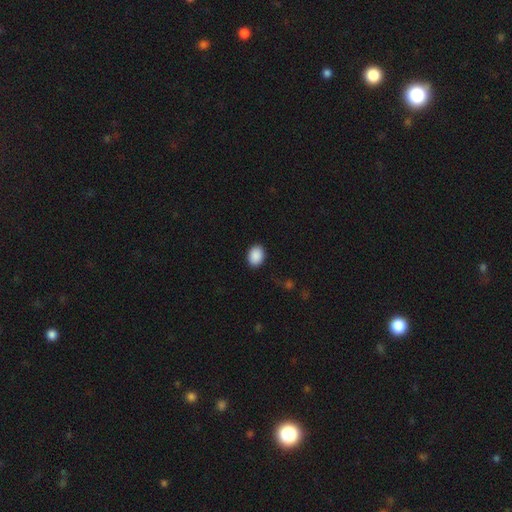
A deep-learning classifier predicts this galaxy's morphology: A smooth galaxy with no disk features (90%) that is in between round and cigar-shaped (68%).

Vote fractions:
- Smooth or featured? smooth: 90% / star or artifact: 7% / featured or disk: 2%
- How rounded? in between: 68% / round: 31% / cigar-shaped: 1%
- Merging? none: 89% / minor disturbance: 7% / major disturbance: 2% / merger: 1%